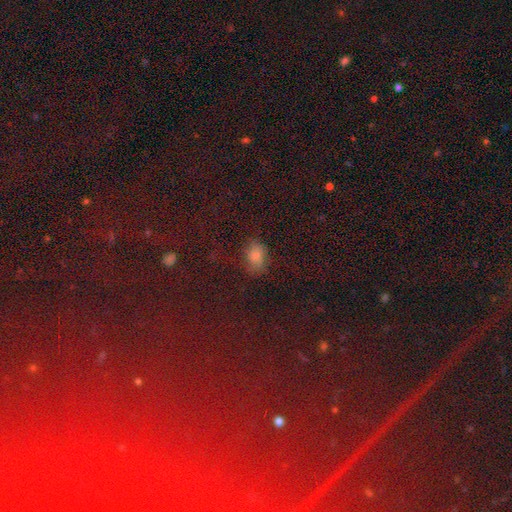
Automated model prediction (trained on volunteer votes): Smooth or featured: smooth — 66% (star or artifact — 23%)
How rounded: in between — 75% (round — 23%)
Merging: none — 65% (minor disturbance — 21%)